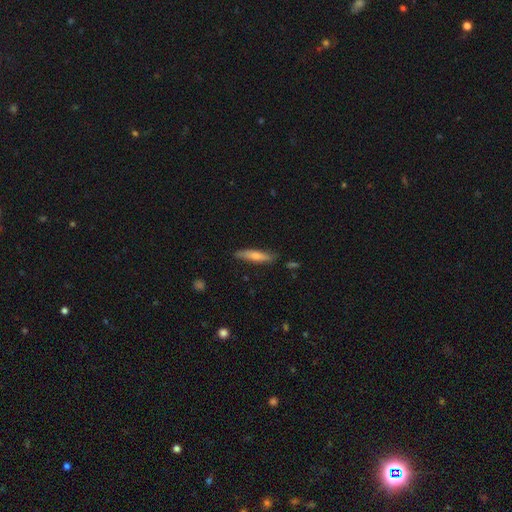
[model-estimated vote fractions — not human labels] Smooth or featured? Predicted: smooth (p=0.57). How rounded? Predicted: cigar-shaped (p=0.86). Merging? Predicted: none (p=0.85).